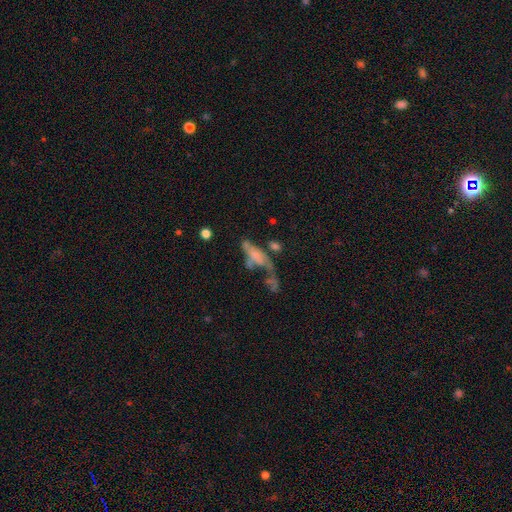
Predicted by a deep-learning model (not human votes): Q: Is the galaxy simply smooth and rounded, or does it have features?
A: smooth — 46%.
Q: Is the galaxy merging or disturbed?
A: major disturbance — 38%.